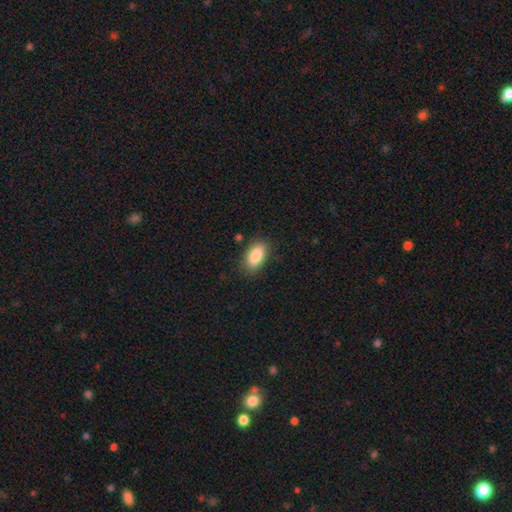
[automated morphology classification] Smooth or featured? Predicted: smooth (p=0.87). How rounded? Predicted: in between (p=0.90). Merging? Predicted: none (p=0.84).